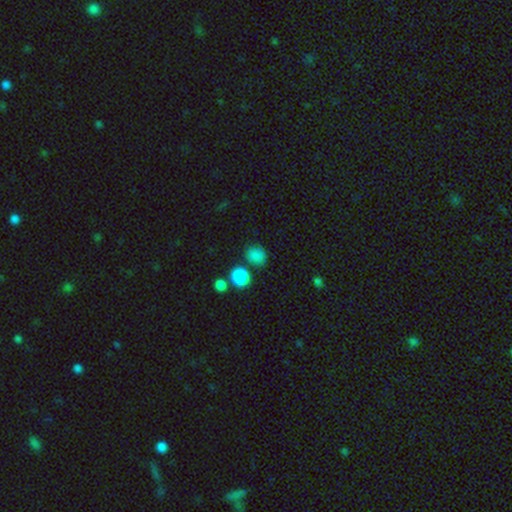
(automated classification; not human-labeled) smooth-or-featured: smooth: 81% | star or artifact: 15% | featured or disk: 4%
  how-rounded: round: 69% | in between: 30% | cigar-shaped: 1%
  merging: none: 73% | minor disturbance: 13% | merger: 9% | major disturbance: 4%